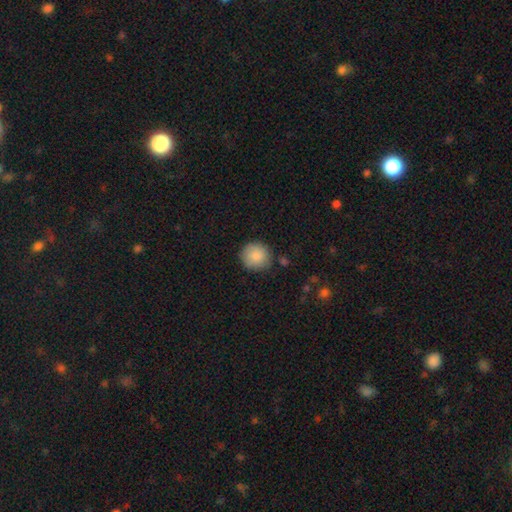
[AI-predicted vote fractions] A smooth galaxy with no disk features (88%) that is round (92%).

Vote fractions:
- Smooth or featured? smooth: 88% / star or artifact: 7% / featured or disk: 5%
- How rounded? round: 92% / in between: 7% / cigar-shaped: 1%
- Merging? none: 84% / minor disturbance: 11% / major disturbance: 3% / merger: 2%